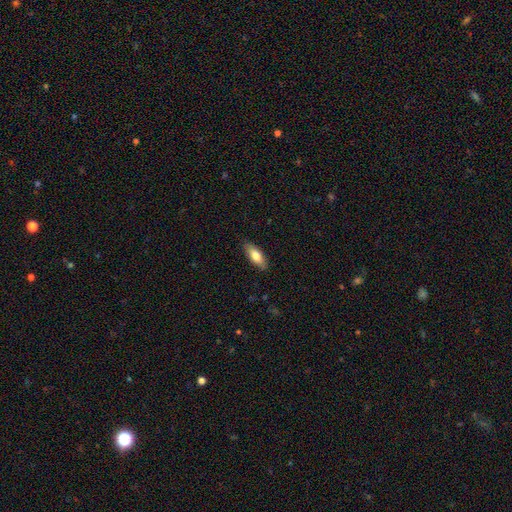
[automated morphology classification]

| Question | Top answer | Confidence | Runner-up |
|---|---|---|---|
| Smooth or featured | smooth | 76% | featured or disk (18%) |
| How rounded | in between | 75% | cigar-shaped (23%) |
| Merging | none | 86% | minor disturbance (11%) |